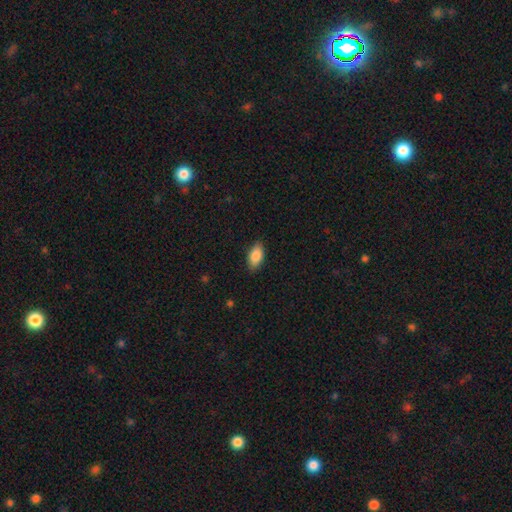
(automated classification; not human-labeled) Smooth or featured? smooth (87%)
How rounded? in between (93%)
Merging? none (87%)